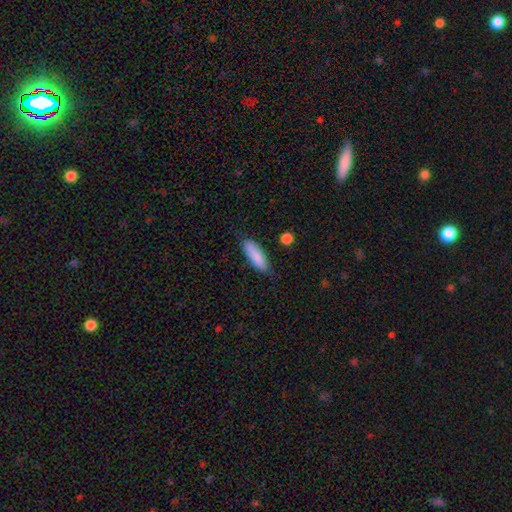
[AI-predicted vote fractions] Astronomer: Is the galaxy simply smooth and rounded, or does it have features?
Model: smooth — 87%.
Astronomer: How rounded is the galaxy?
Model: in between — 53% (runner-up: cigar-shaped, 46%).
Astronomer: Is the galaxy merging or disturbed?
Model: none — 80%.